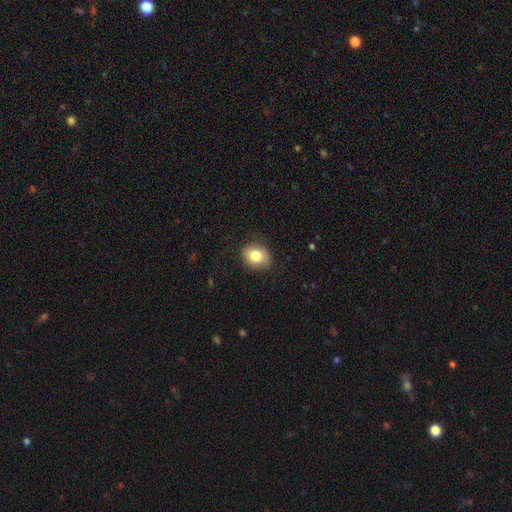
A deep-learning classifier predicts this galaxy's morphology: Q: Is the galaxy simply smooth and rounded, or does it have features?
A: smooth — 82%.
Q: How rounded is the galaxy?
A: in between — 51%.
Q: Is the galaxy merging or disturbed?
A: none — 85%.